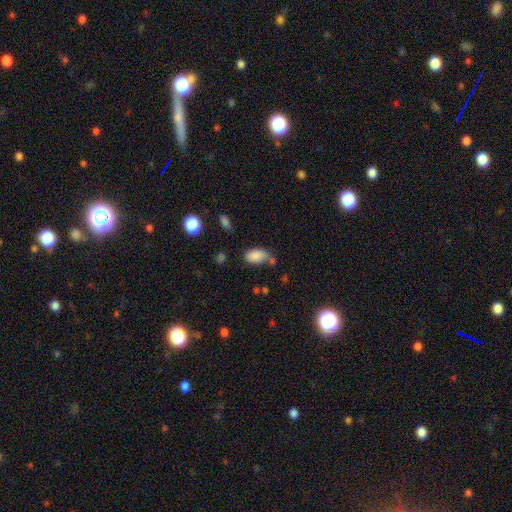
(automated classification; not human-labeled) Morphology: type=smooth (85%); roundness=in between (92%); merging=none (56%).